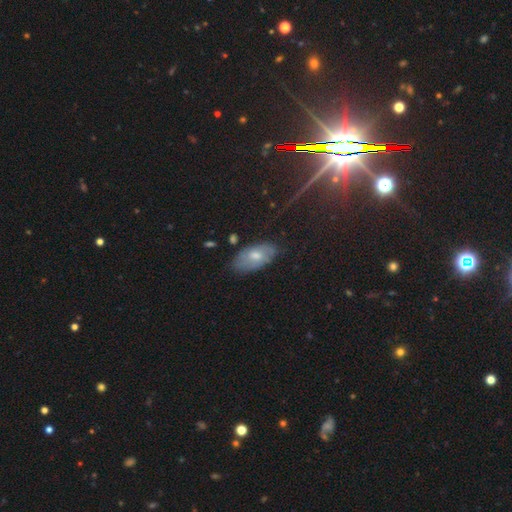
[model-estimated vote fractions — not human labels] Q: Smooth or featured?
A: smooth (54%); runner-up: featured or disk (35%)
Q: How rounded?
A: in between (93%); runner-up: round (4%)
Q: Merging?
A: none (72%); runner-up: minor disturbance (22%)